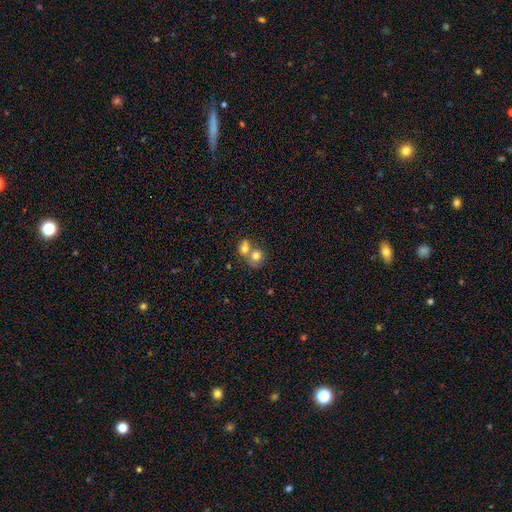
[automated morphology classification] A smooth galaxy with no disk features (71%) that is round (75%). Merging: merger (67%).